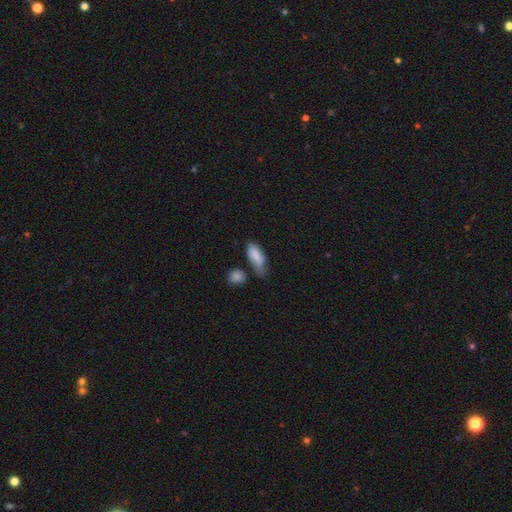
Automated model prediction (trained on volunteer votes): smooth-or-featured: smooth: 84% | featured or disk: 10% | star or artifact: 7%
  how-rounded: in between: 78% | cigar-shaped: 19% | round: 3%
  merging: none: 45% | minor disturbance: 35% | major disturbance: 10% | merger: 10%